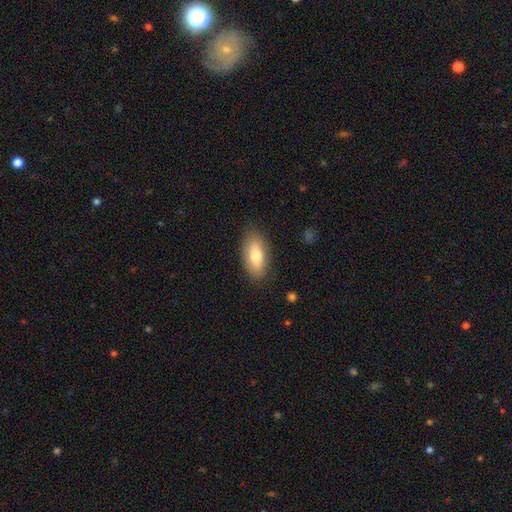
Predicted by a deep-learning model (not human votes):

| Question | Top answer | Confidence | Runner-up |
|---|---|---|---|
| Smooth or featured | smooth | 74% | featured or disk (19%) |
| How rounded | in between | 87% | cigar-shaped (10%) |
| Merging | none | 83% | minor disturbance (12%) |